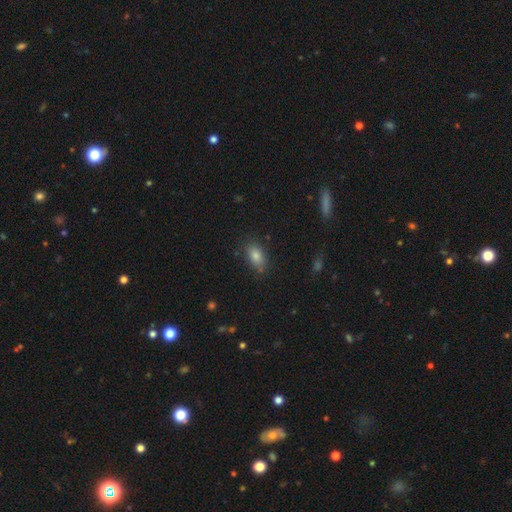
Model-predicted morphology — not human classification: smooth-or-featured: smooth: 81% | star or artifact: 11% | featured or disk: 8%
  how-rounded: in between: 87% | round: 8% | cigar-shaped: 5%
  merging: none: 82% | minor disturbance: 13% | major disturbance: 3% | merger: 2%